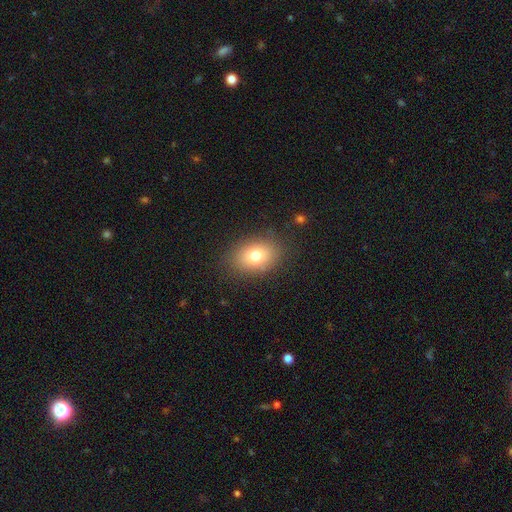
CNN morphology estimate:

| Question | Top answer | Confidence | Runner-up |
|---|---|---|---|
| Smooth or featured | smooth | 76% | featured or disk (13%) |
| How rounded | in between | 76% | round (23%) |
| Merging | none | 84% | minor disturbance (11%) |